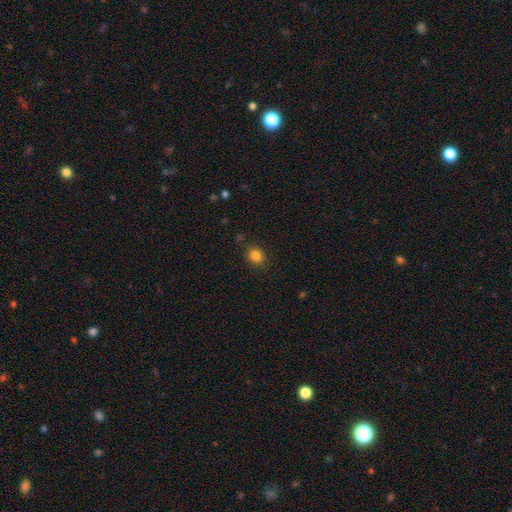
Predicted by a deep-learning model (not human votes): Smooth or featured: smooth — 83% (star or artifact — 12%)
How rounded: round — 55% (in between — 44%)
Merging: none — 84% (minor disturbance — 11%)